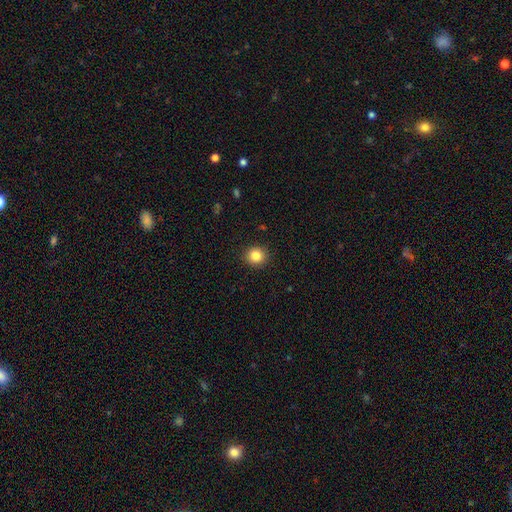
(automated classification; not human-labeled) A smooth galaxy with no disk features (85%) that is round (89%). Merging: none (91%).